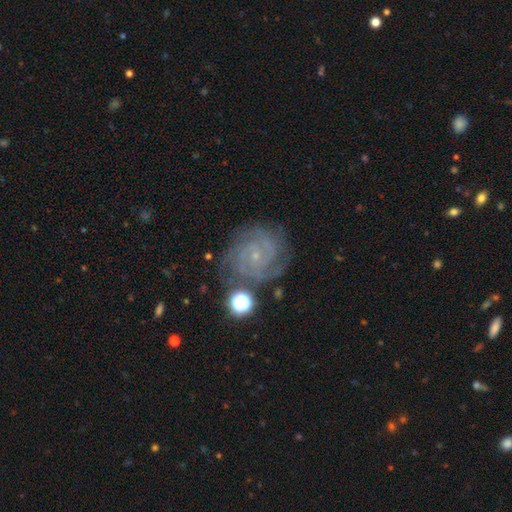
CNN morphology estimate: The model was most divided on "spiral arm count": 3: 30%, 2: 25%, can't tell: 17%, 4: 15%, more than 4: 7%, 1: 6%. More confident: edge-on disk — no (98%); spiral arms — yes (98%); smooth or featured — featured or disk (85%); bulge size — small (85%); merging — none (77%); spiral winding — tight (75%); bar — no (74%).